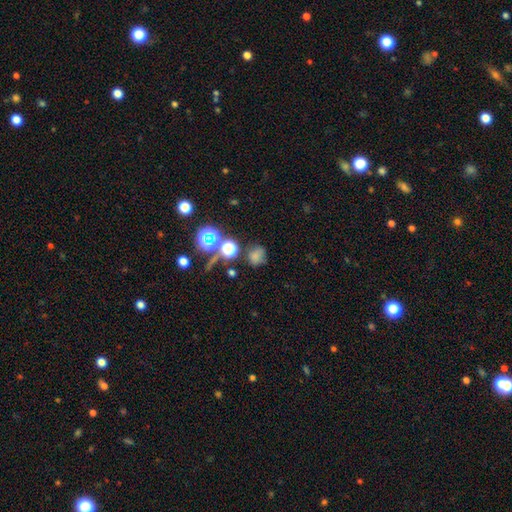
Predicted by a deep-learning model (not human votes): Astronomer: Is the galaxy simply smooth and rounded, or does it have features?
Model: smooth — 64%.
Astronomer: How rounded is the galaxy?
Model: round — 68%.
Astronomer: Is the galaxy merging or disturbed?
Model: none — 62%.